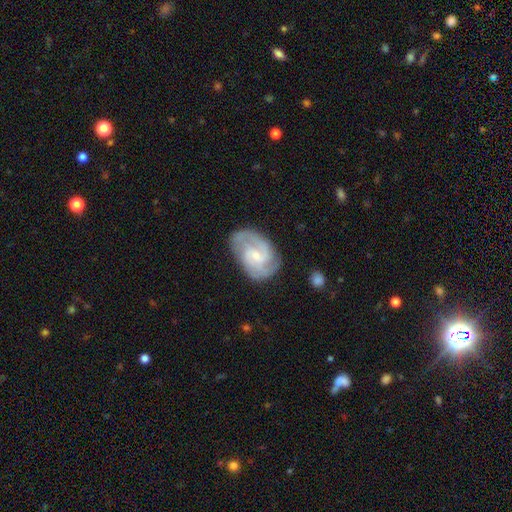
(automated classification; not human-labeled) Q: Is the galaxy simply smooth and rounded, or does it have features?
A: featured or disk — 85%.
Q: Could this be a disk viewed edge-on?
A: no — 97%.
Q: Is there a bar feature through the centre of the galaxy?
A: weak — 47%.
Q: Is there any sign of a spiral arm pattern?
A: yes — 97%.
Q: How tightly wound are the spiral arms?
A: medium — 45%, tied with tight.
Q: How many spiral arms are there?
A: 2 — 58%.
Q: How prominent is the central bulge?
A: small — 58%.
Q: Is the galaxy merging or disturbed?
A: none — 74%.